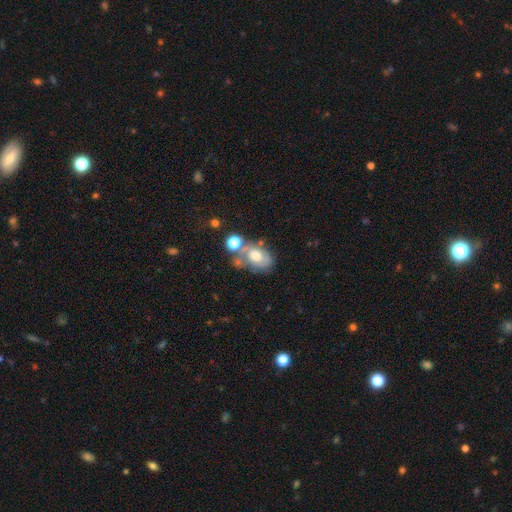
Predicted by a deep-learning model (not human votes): The model was most divided on "smooth or featured": featured or disk: 46%, smooth: 42%, star or artifact: 12%. Remaining: merging — none (36%).